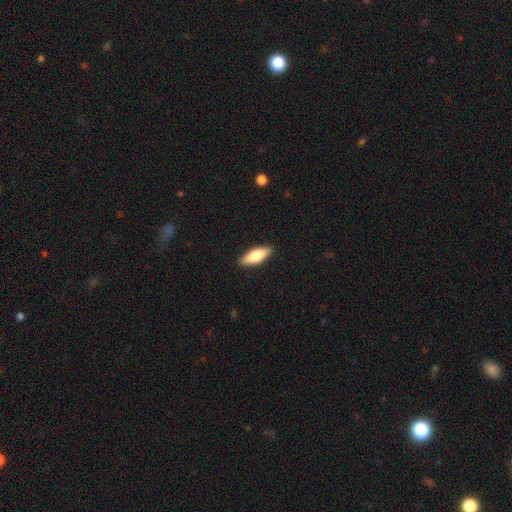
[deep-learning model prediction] The model was most divided on "how rounded": in between: 67%, cigar-shaped: 31%, round: 2%. More confident: merging — none (89%); smooth or featured — smooth (76%).